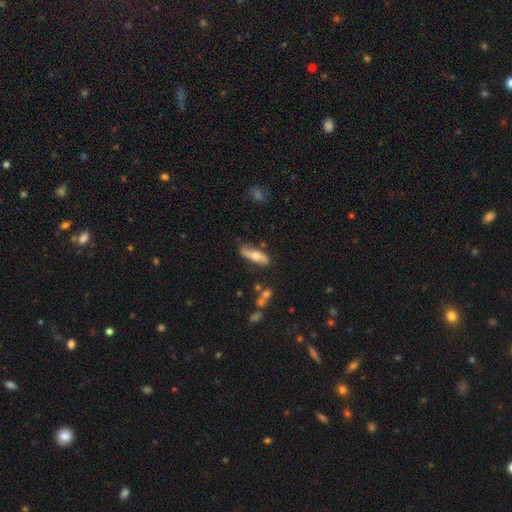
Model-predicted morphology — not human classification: A smooth galaxy with no disk features (52%) that is cigar-shaped (49%). Merging: none (75%).